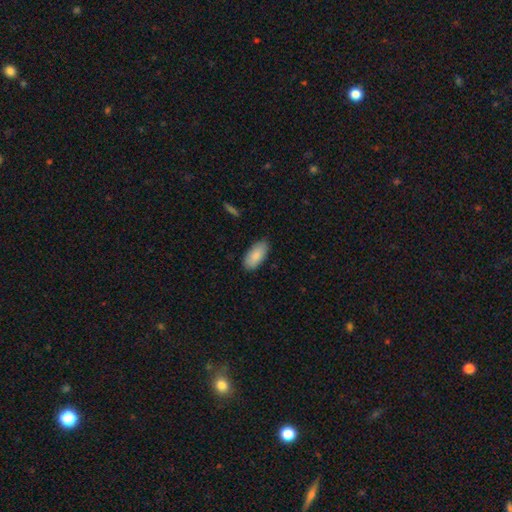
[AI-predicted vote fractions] Overall: smooth (86%). How rounded: in between (93%). Merging: none (84%).